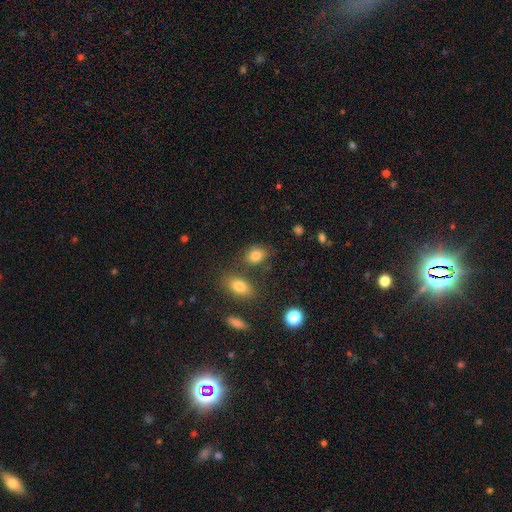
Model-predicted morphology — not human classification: Smooth or featured: smooth — 82% (star or artifact — 10%)
How rounded: in between — 71% (round — 27%)
Merging: none — 70% (minor disturbance — 15%)